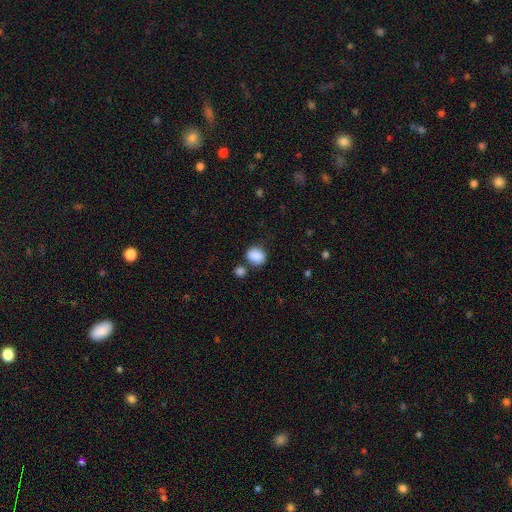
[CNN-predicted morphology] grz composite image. It shows a smooth galaxy with no disk features (88%) that is round (57%). Merging: none (69%).